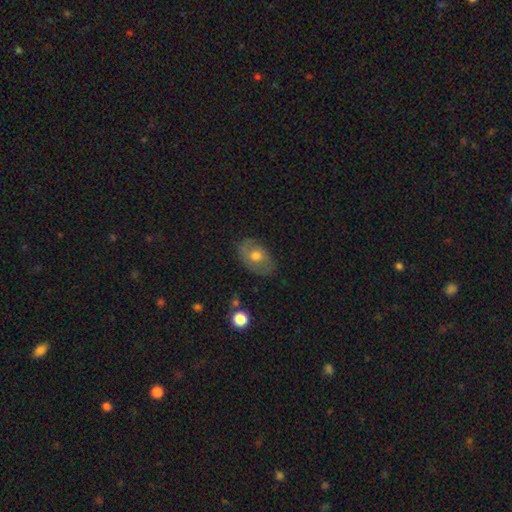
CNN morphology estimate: A smooth galaxy with no disk features (49%). Merging: none (73%).